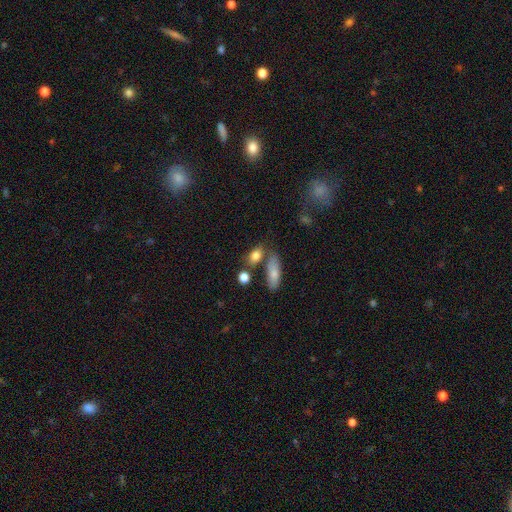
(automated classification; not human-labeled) smooth_or_featured: smooth (p=0.81) [alt: featured or disk p=0.11]
how_rounded: in between (p=0.72) [alt: round p=0.19]
merging: none (p=0.60) [alt: merger p=0.19]